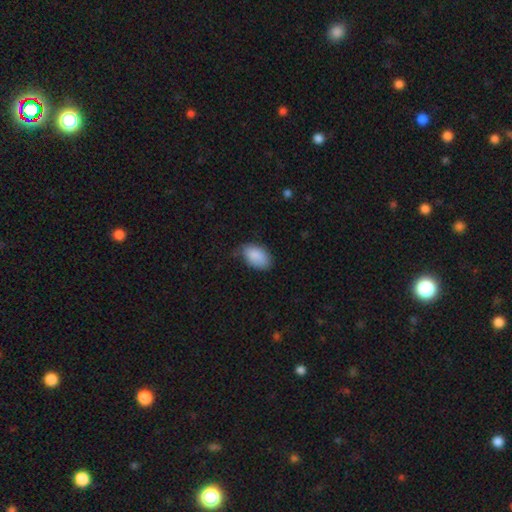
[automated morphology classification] Smooth or featured?
  - smooth: 88% *
  - star or artifact: 6%
  - featured or disk: 6%
How rounded?
  - in between: 93% *
  - round: 6%
  - cigar-shaped: 1%
Merging?
  - none: 61% *
  - minor disturbance: 31%
  - major disturbance: 6%
  - merger: 1%